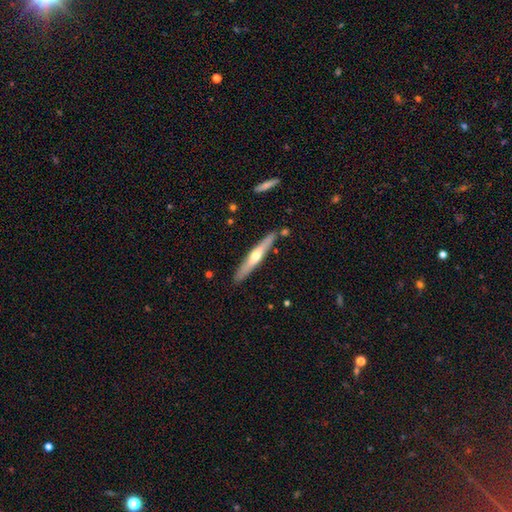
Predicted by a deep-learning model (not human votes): A featured or disk galaxy (58%) viewed edge-on (94%) with a rounded central bulge (84%). Merging: none (87%).